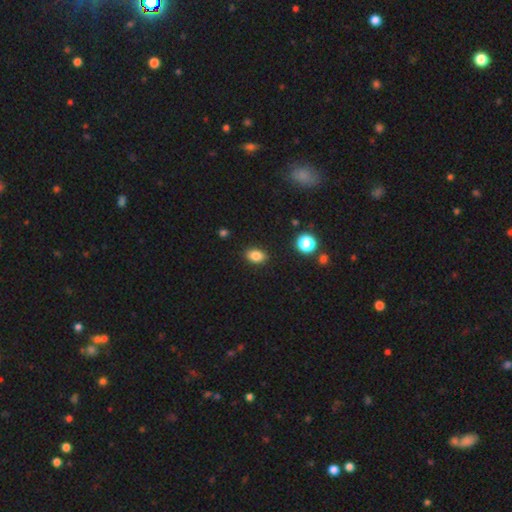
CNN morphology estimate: This is clearly a smooth galaxy (83%). How rounded: clearly in between (80%). Merging: clearly none (88%).